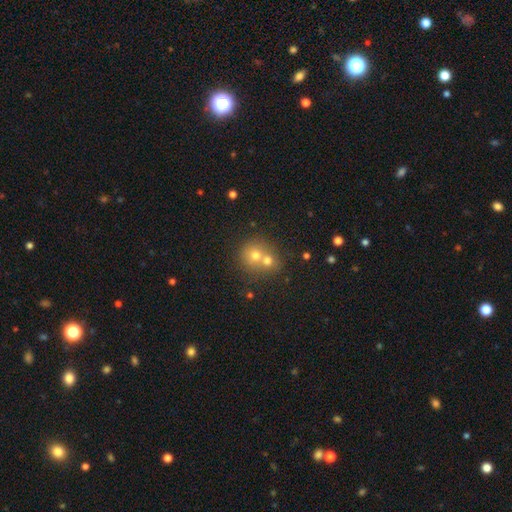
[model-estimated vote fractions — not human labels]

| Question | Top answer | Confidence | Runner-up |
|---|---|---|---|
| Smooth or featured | smooth | 64% | featured or disk (20%) |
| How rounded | round | 82% | in between (17%) |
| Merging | merger | 56% | none (36%) |